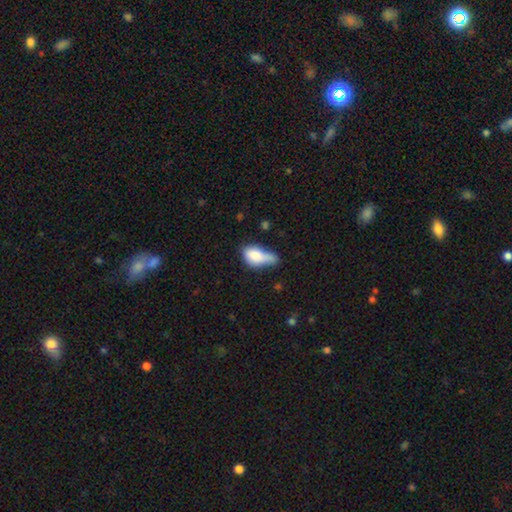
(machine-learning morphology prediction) Overall: smooth (77%). How rounded: in between (84%). Merging: minor disturbance (32%; major disturbance 25%).